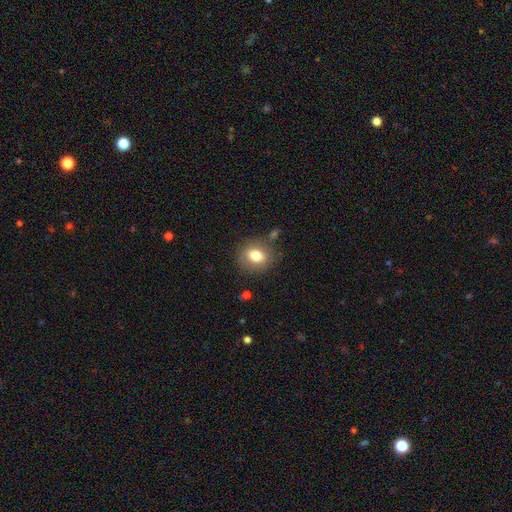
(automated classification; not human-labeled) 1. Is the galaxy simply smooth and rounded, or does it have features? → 77% smooth, 13% featured or disk, 10% star or artifact.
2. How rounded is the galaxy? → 64% round, 35% in between, 1% cigar-shaped.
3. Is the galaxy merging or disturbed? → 80% none, 12% minor disturbance, 4% major disturbance, 4% merger.